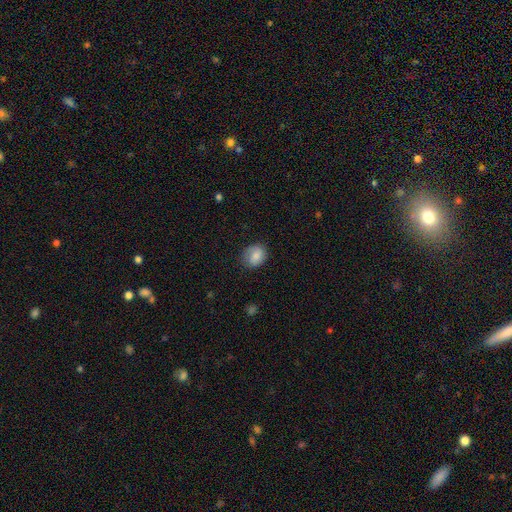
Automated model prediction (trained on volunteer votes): Q: Smooth or featured?
A: smooth (81%); runner-up: featured or disk (12%)
Q: How rounded?
A: round (52%); runner-up: in between (47%)
Q: Merging?
A: none (75%); runner-up: minor disturbance (19%)